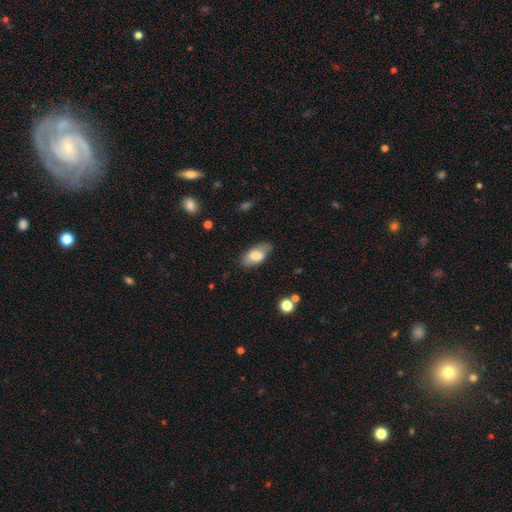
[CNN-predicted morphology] Smooth or featured: smooth — 75% (featured or disk — 18%)
How rounded: in between — 92% (cigar-shaped — 4%)
Merging: none — 74% (minor disturbance — 20%)